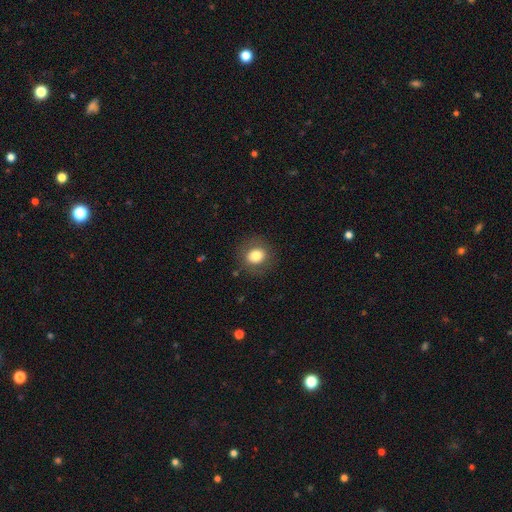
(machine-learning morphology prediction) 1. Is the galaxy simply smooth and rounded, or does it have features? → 78% smooth, 13% featured or disk, 10% star or artifact.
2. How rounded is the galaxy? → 78% round, 21% in between, 1% cigar-shaped.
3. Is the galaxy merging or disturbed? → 85% none, 9% minor disturbance, 4% major disturbance, 1% merger.